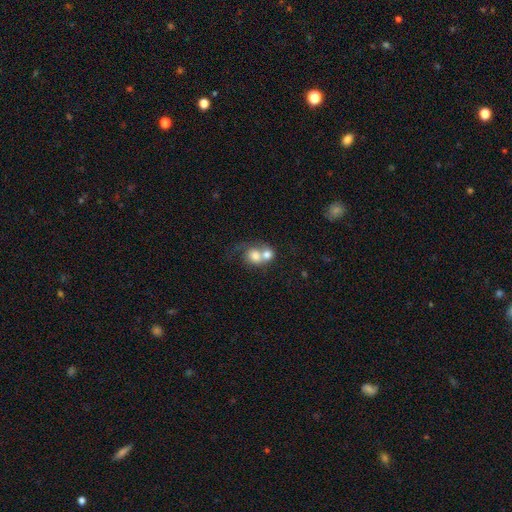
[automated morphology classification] A smooth galaxy with no disk features (68%) that is round (69%). Merging: merger (75%).